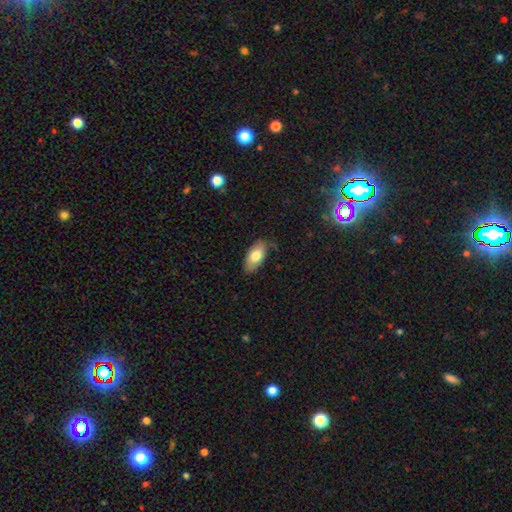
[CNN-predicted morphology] Smooth or featured?
  - smooth: 75% *
  - featured or disk: 18%
  - star or artifact: 6%
How rounded?
  - in between: 92% *
  - cigar-shaped: 5%
  - round: 3%
Merging?
  - none: 75% *
  - minor disturbance: 20%
  - major disturbance: 4%
  - merger: 1%